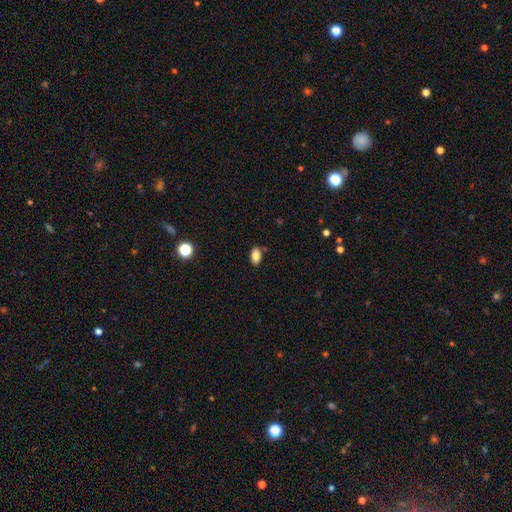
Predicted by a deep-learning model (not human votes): Smooth or featured? smooth (84%)
How rounded? in between (90%)
Merging? none (81%)